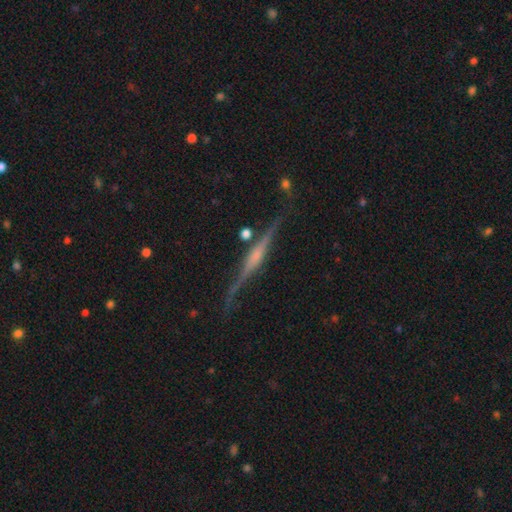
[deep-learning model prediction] This is clearly a featured or disk galaxy (83%). It is clearly viewed edge-on (97%). Edge-on bulge: likely rounded (63%). Merging: clearly none (80%).